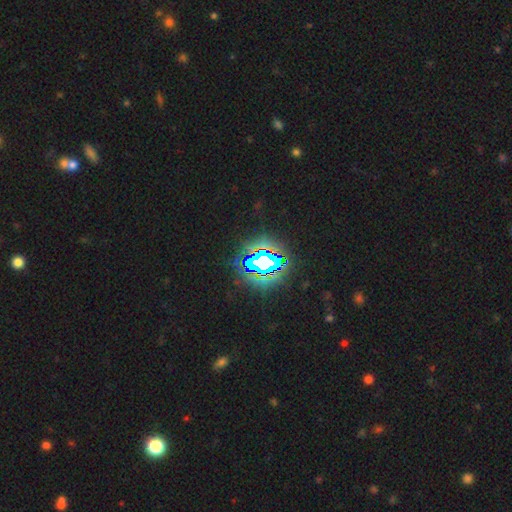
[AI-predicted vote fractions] The model was most divided on "smooth or featured": star or artifact: 82%, smooth: 12%, featured or disk: 7%.